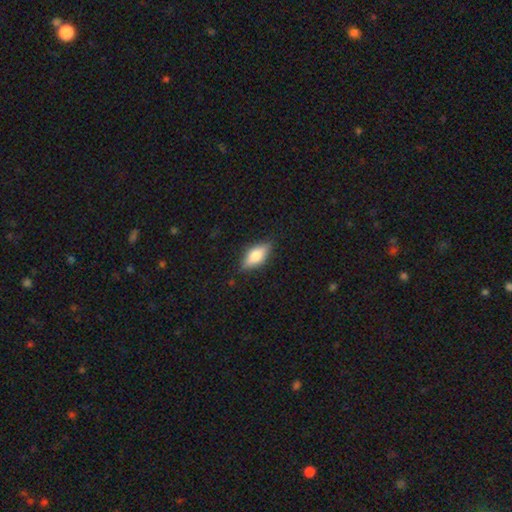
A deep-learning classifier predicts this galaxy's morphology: type=smooth (55%); roundness=in between (76%); merging=none (83%).